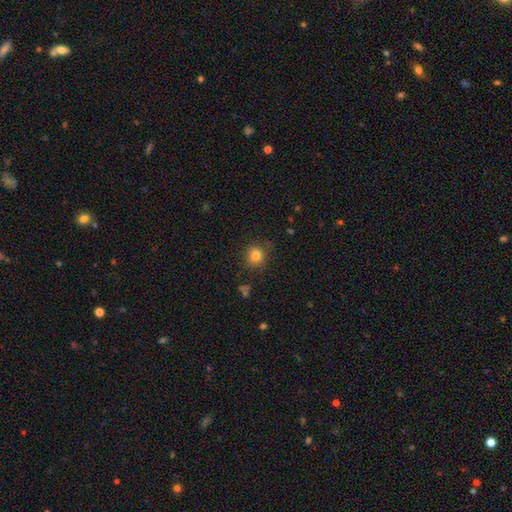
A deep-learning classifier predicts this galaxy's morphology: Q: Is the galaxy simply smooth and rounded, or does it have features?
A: smooth — 81%.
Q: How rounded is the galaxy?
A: round — 83%.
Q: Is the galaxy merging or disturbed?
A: none — 81%.